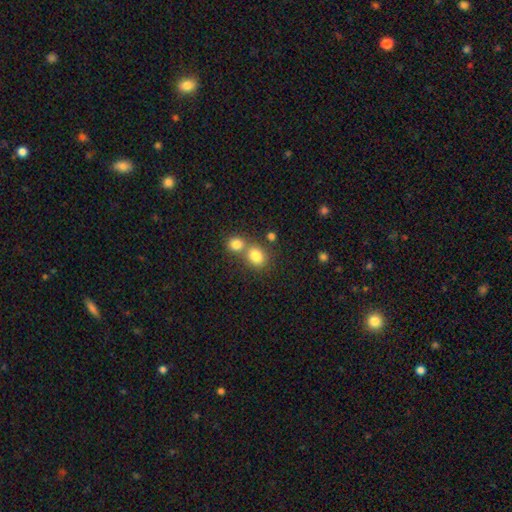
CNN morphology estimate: A smooth galaxy with no disk features (82%) that is round (63%).

Vote fractions:
- Smooth or featured? smooth: 82% / star or artifact: 11% / featured or disk: 8%
- How rounded? round: 63% / in between: 36% / cigar-shaped: 1%
- Merging? none: 47% / merger: 42% / minor disturbance: 8% / major disturbance: 3%